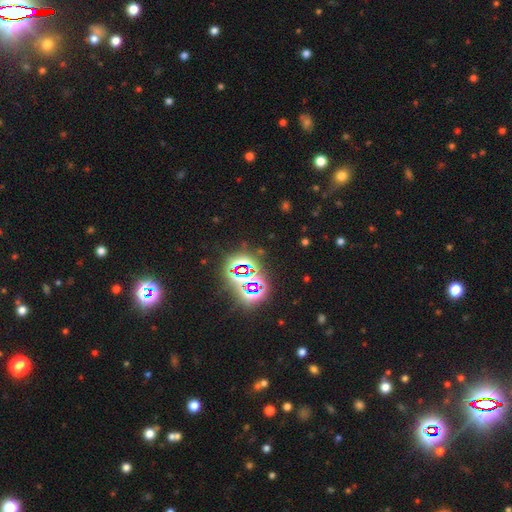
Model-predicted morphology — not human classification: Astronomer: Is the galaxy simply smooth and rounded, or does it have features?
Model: star or artifact — 70%.